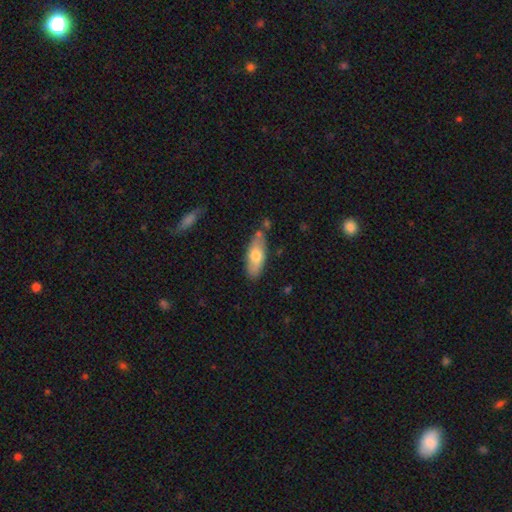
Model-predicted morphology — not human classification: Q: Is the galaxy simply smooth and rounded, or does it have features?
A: smooth — 66%.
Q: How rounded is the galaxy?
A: in between — 72%.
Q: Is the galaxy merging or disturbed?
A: none — 75%.